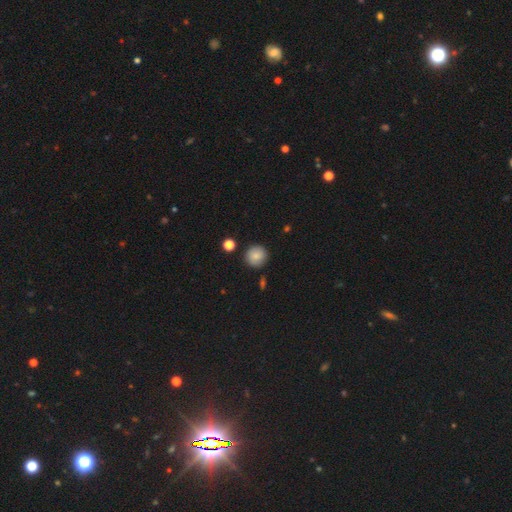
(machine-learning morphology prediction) Smooth or featured? smooth (84%)
How rounded? round (94%)
Merging? none (86%)